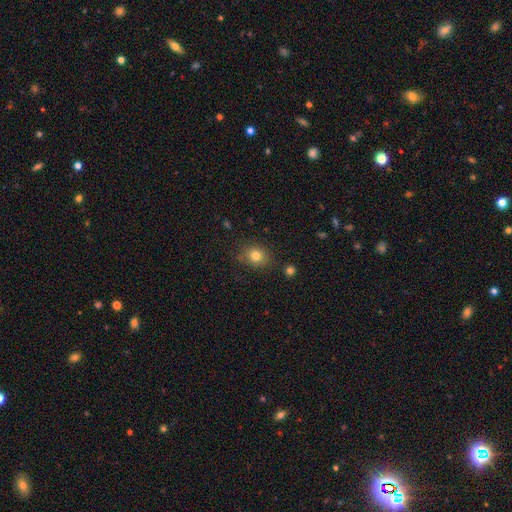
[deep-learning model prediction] Smooth or featured?
  - smooth: 79% *
  - star or artifact: 13%
  - featured or disk: 8%
How rounded?
  - round: 66% *
  - in between: 33%
  - cigar-shaped: 1%
Merging?
  - none: 81% *
  - minor disturbance: 13%
  - major disturbance: 3%
  - merger: 3%